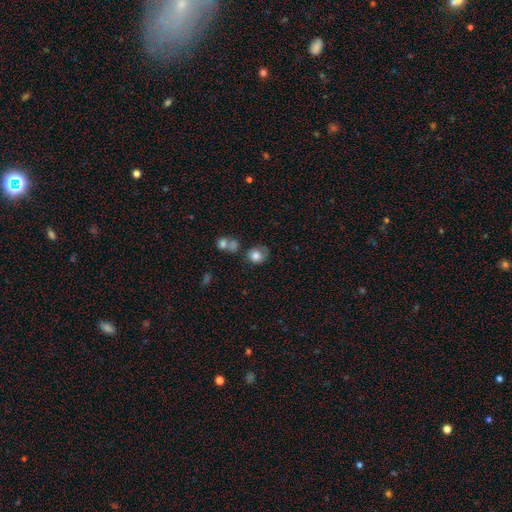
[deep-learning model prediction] A smooth galaxy with no disk features (80%) that is round (72%).

Vote fractions:
- Smooth or featured? smooth: 80% / featured or disk: 10% / star or artifact: 10%
- How rounded? round: 72% / in between: 27% / cigar-shaped: 1%
- Merging? none: 52% / minor disturbance: 23% / merger: 15% / major disturbance: 10%